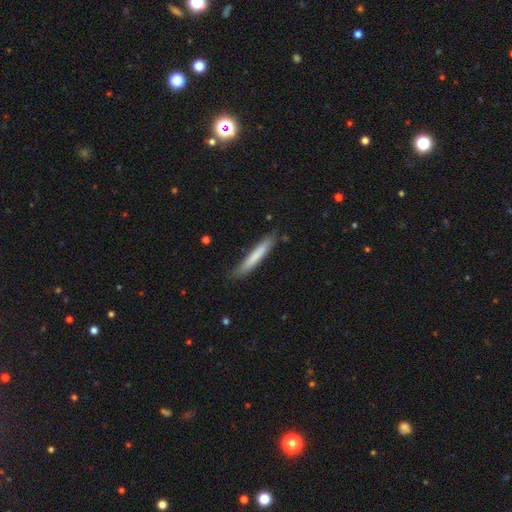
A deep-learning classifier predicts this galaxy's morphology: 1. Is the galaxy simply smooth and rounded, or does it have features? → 74% smooth, 21% featured or disk, 6% star or artifact.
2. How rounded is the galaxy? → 95% cigar-shaped, 4% in between, 1% round.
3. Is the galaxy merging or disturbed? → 82% none, 14% minor disturbance, 2% major disturbance, 2% merger.